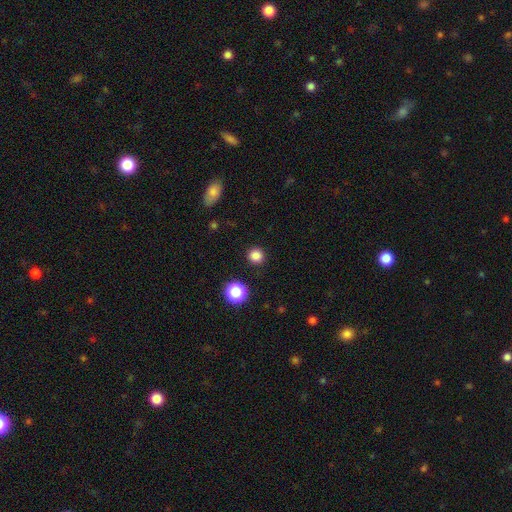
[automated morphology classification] Smooth or featured?
  - smooth: 84% *
  - star or artifact: 13%
  - featured or disk: 4%
How rounded?
  - round: 90% *
  - in between: 9%
  - cigar-shaped: 1%
Merging?
  - none: 91% *
  - minor disturbance: 6%
  - major disturbance: 2%
  - merger: 1%